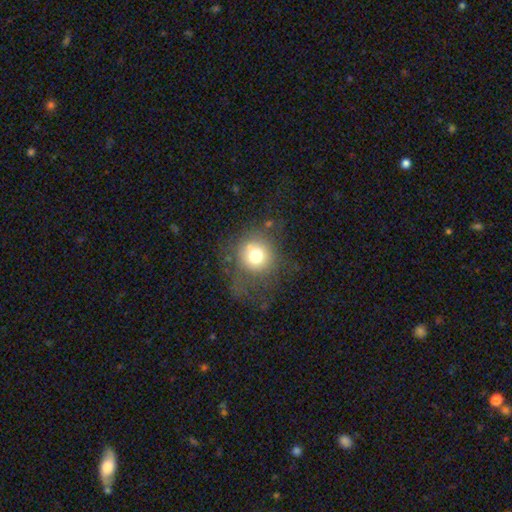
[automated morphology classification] This is likely a smooth galaxy (72%). How rounded: clearly round (90%). Merging: likely none (61%).